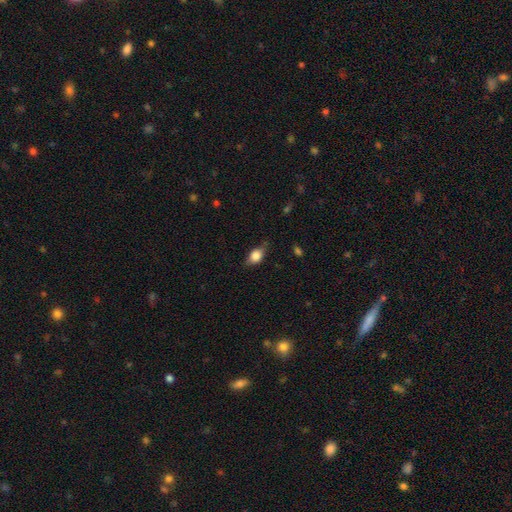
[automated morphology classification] type=smooth (79%); roundness=in between (78%); merging=none (67%).